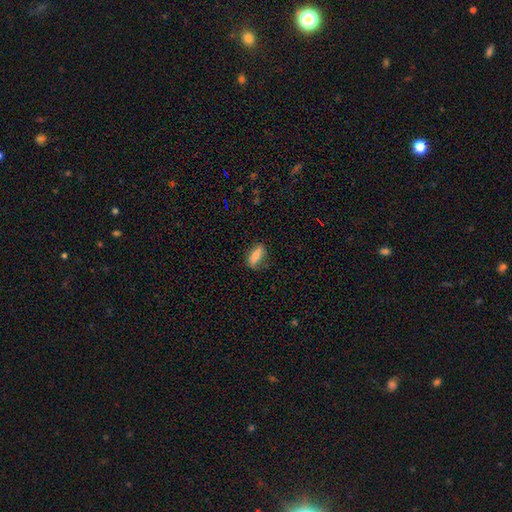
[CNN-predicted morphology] A smooth galaxy with no disk features (78%) that is in between round and cigar-shaped (77%). Merging: none (77%).